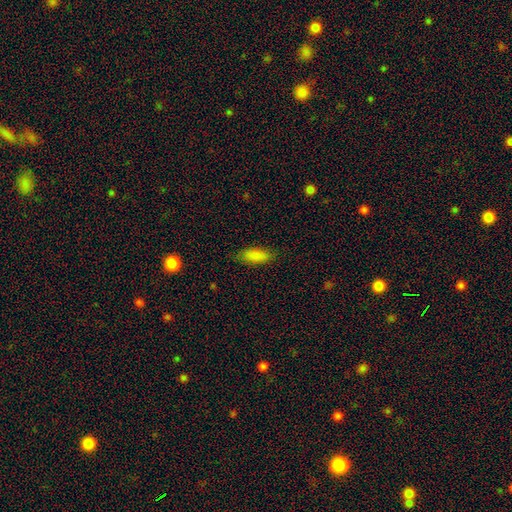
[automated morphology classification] smooth 88%, star or artifact 7%, featured or disk 5%. Down the decision tree: how rounded — in between (81%); merging — none (83%).